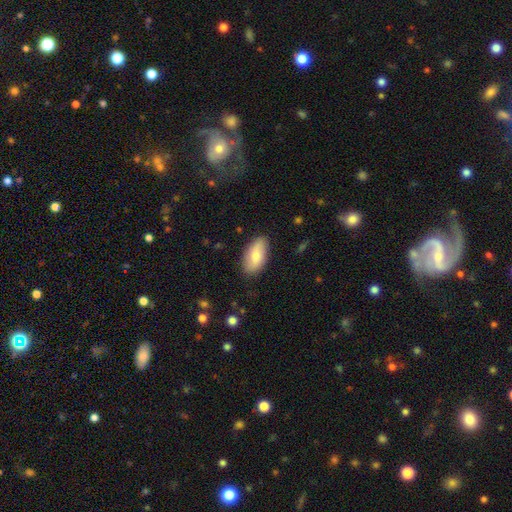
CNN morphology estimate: type=smooth (76%); roundness=in between (92%); merging=none (83%).